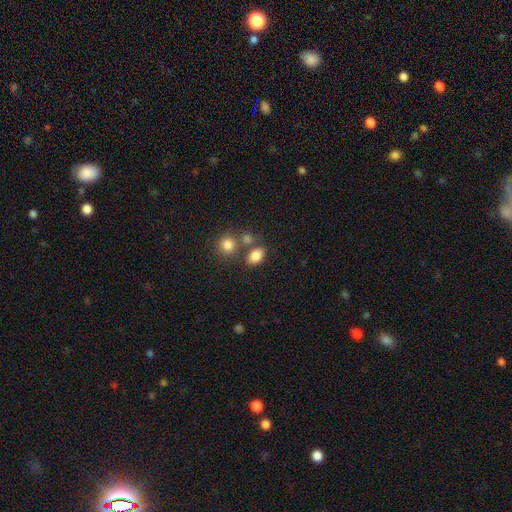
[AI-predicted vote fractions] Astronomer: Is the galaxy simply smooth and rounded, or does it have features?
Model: smooth — 82%.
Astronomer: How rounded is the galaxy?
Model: in between — 76%.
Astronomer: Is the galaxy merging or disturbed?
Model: none — 62%.